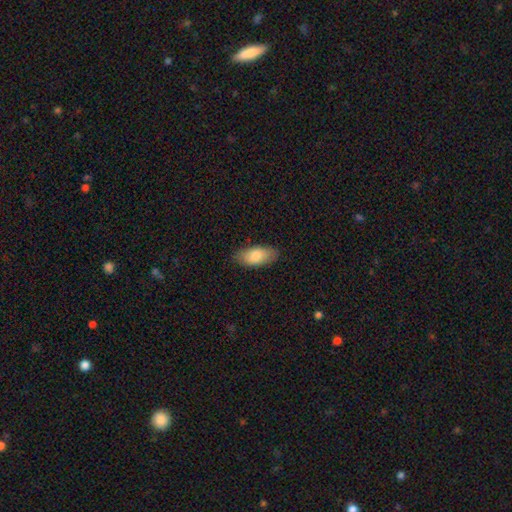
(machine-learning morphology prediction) smooth 82%, featured or disk 13%, star or artifact 6%. Down the decision tree: how rounded — in between (90%); merging — none (84%).